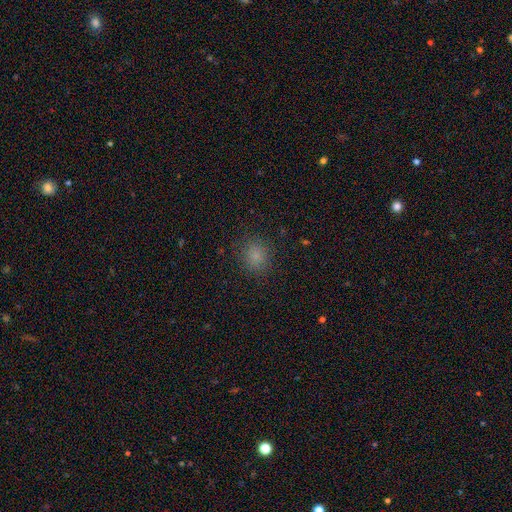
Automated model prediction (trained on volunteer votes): smooth_or_featured: smooth (p=0.80) [alt: star or artifact p=0.15]
how_rounded: round (p=0.78) [alt: in between p=0.21]
merging: none (p=0.87) [alt: minor disturbance p=0.09]